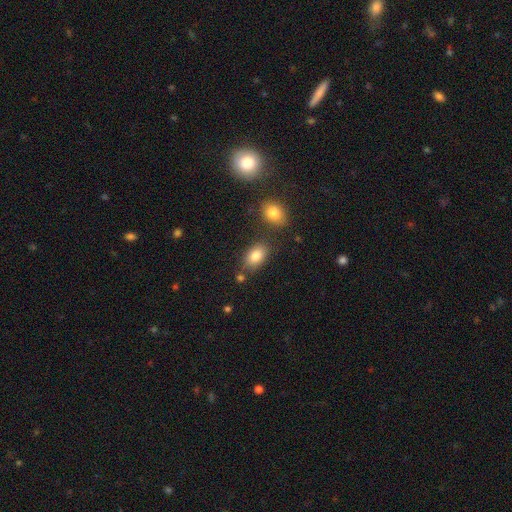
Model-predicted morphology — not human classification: A smooth galaxy with no disk features (83%) that is in between round and cigar-shaped (86%).

Vote fractions:
- Smooth or featured? smooth: 83% / star or artifact: 9% / featured or disk: 9%
- How rounded? in between: 86% / round: 12% / cigar-shaped: 2%
- Merging? none: 72% / minor disturbance: 14% / merger: 10% / major disturbance: 4%